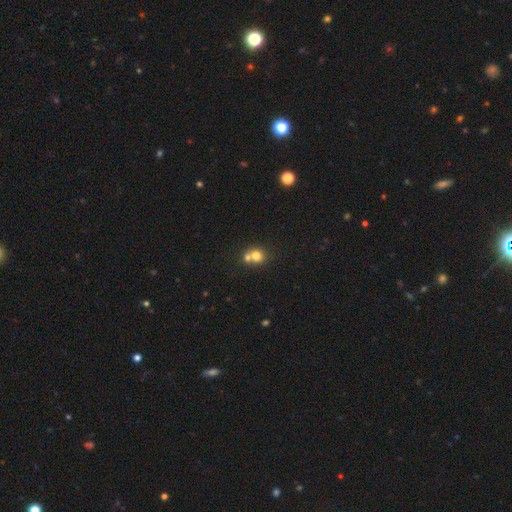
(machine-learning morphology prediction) Overall: smooth (74%). How rounded: round (79%). Merging: merger (52%; none 39%).